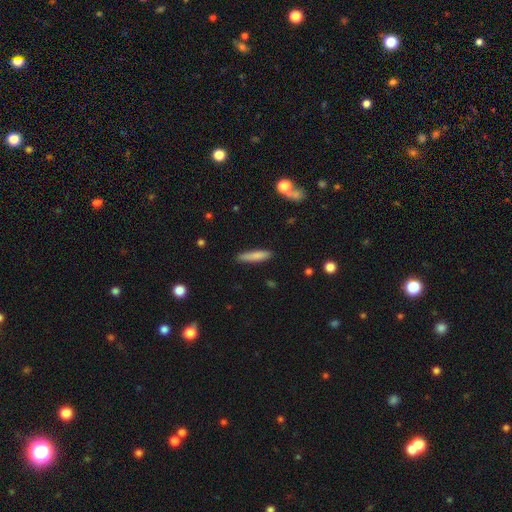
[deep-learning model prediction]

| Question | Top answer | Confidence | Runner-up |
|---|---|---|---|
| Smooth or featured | smooth | 81% | featured or disk (12%) |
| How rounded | cigar-shaped | 83% | in between (16%) |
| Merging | none | 87% | minor disturbance (10%) |